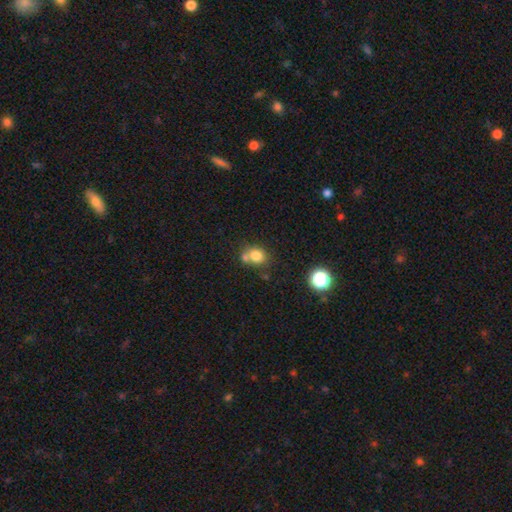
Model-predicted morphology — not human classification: smooth-or-featured: smooth: 78% | star or artifact: 12% | featured or disk: 10%
  how-rounded: round: 69% | in between: 30% | cigar-shaped: 1%
  merging: none: 49% | merger: 35% | minor disturbance: 12% | major disturbance: 4%